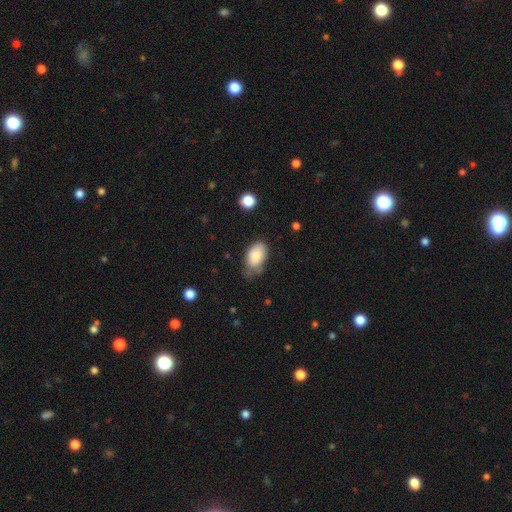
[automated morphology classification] The model was most divided on "merging": none: 49%, minor disturbance: 37%, major disturbance: 11%, merger: 3%. More confident: how rounded — in between (93%); smooth or featured — smooth (84%).